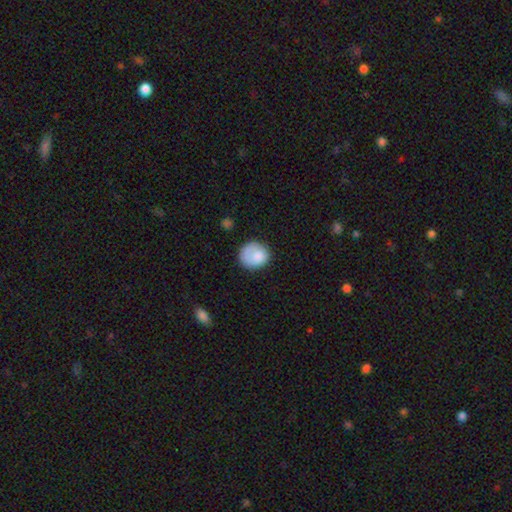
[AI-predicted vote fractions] This is clearly a smooth galaxy (81%). How rounded: likely round (78%). Merging: likely none (65%).